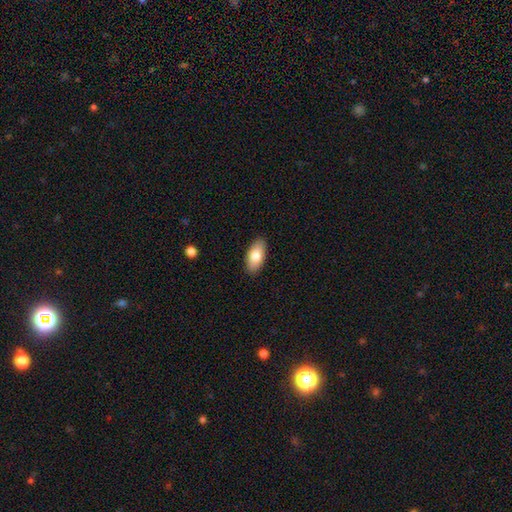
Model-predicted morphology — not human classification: Smooth or featured?
  - smooth: 81% *
  - featured or disk: 13%
  - star or artifact: 6%
How rounded?
  - in between: 93% *
  - cigar-shaped: 5%
  - round: 3%
Merging?
  - none: 89% *
  - minor disturbance: 8%
  - major disturbance: 2%
  - merger: 1%